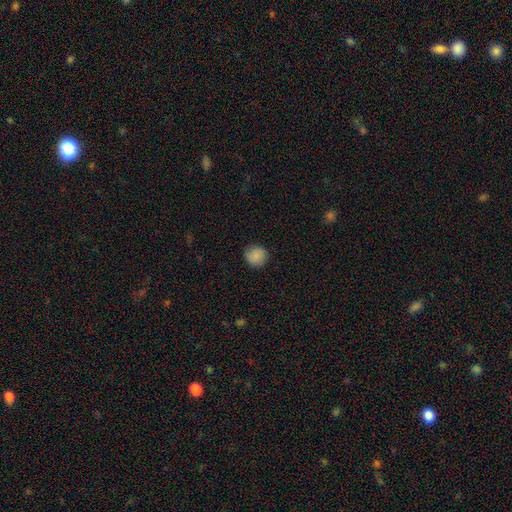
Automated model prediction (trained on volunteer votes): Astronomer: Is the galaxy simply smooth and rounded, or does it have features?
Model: smooth — 87%.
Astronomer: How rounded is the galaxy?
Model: round — 92%.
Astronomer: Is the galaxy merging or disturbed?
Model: none — 89%.